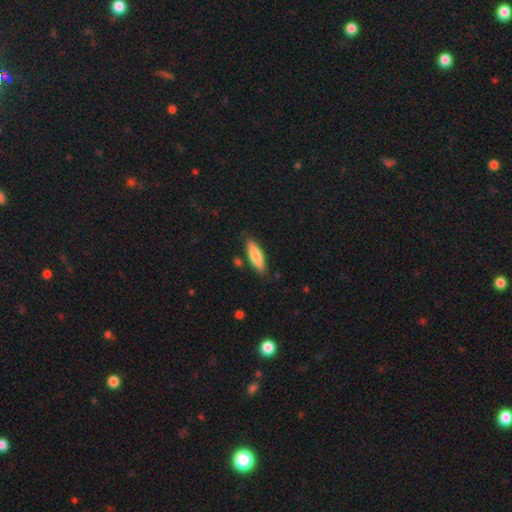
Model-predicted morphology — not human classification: smooth-or-featured: smooth: 78% | featured or disk: 17% | star or artifact: 5%
  how-rounded: cigar-shaped: 54% | in between: 44% | round: 2%
  merging: none: 84% | minor disturbance: 11% | merger: 3% | major disturbance: 2%